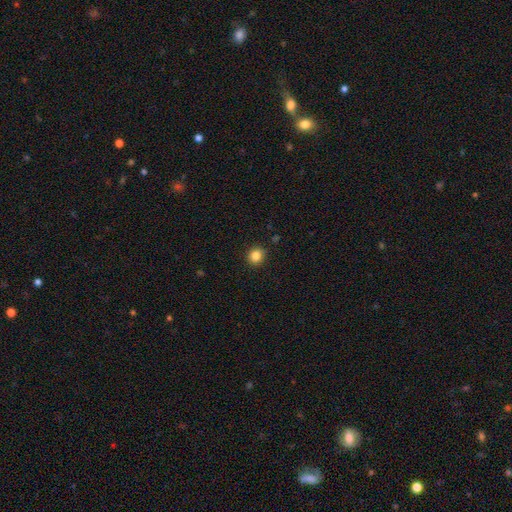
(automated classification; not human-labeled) smooth_or_featured: smooth (p=0.85) [alt: star or artifact p=0.11]
how_rounded: round (p=0.89) [alt: in between p=0.10]
merging: none (p=0.90) [alt: minor disturbance p=0.07]